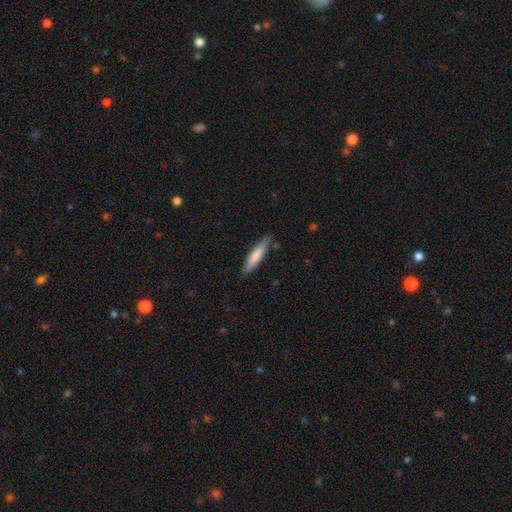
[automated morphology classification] A smooth galaxy with no disk features (77%) that is cigar-shaped (85%).

Vote fractions:
- Smooth or featured? smooth: 77% / featured or disk: 18% / star or artifact: 5%
- How rounded? cigar-shaped: 85% / in between: 14% / round: 1%
- Merging? none: 84% / minor disturbance: 13% / major disturbance: 2% / merger: 2%